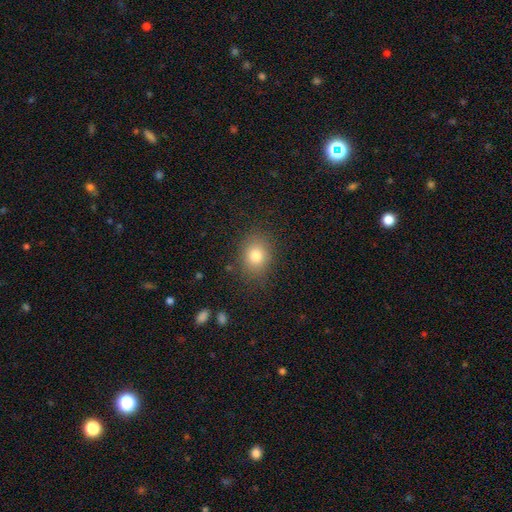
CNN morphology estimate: Smooth or featured: smooth — 79% (star or artifact — 12%)
How rounded: round — 53% (in between — 46%)
Merging: none — 84% (minor disturbance — 11%)